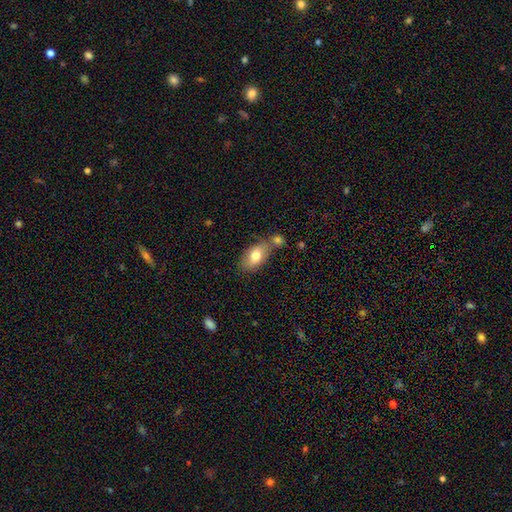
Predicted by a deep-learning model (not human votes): Q: Smooth or featured?
A: smooth (77%); runner-up: featured or disk (16%)
Q: How rounded?
A: in between (91%); runner-up: round (6%)
Q: Merging?
A: none (54%); runner-up: merger (26%)